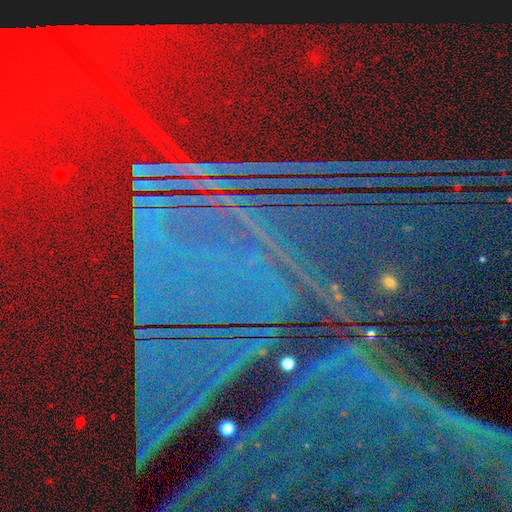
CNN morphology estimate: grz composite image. It shows a star or artifact, not a galaxy (90%).